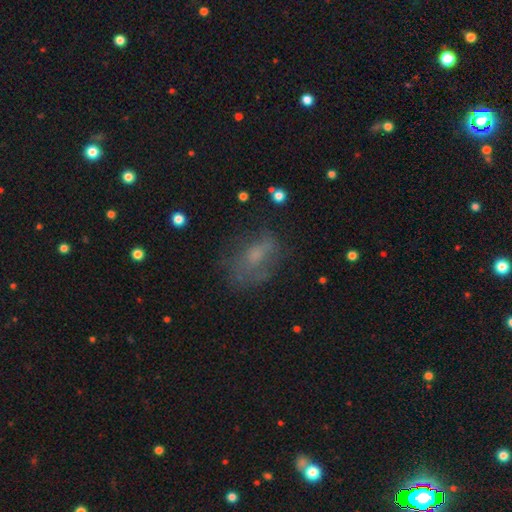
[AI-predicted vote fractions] smooth_or_featured: smooth (p=0.51) [alt: featured or disk p=0.32]
how_rounded: in between (p=0.79) [alt: round p=0.16]
merging: none (p=0.52) [alt: minor disturbance p=0.24]